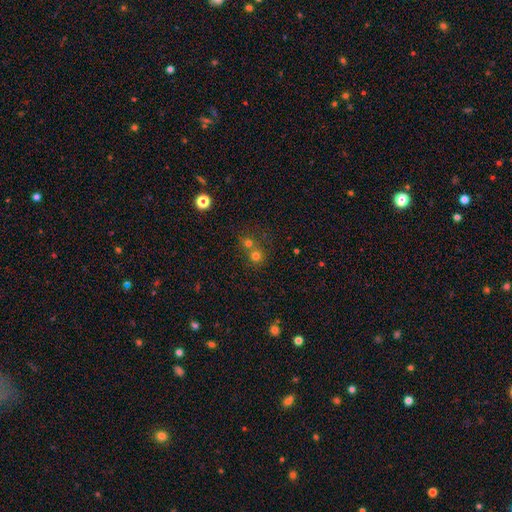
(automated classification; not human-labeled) A smooth galaxy with no disk features (71%) that is round (89%). Merging: none (50%).